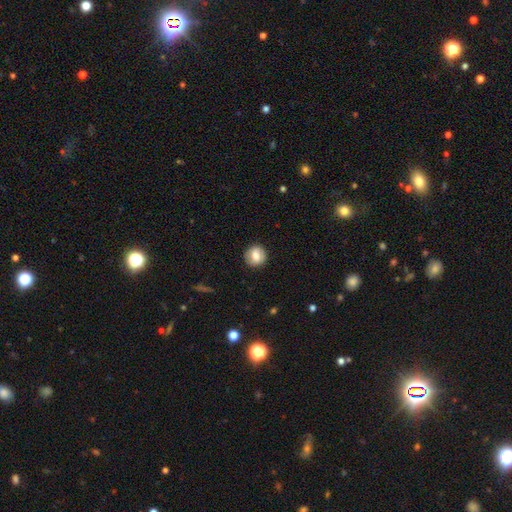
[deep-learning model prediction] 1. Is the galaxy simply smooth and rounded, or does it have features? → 67% smooth, 24% featured or disk, 8% star or artifact.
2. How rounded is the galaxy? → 86% round, 13% in between, 1% cigar-shaped.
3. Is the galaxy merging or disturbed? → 87% none, 9% minor disturbance, 3% major disturbance, 1% merger.